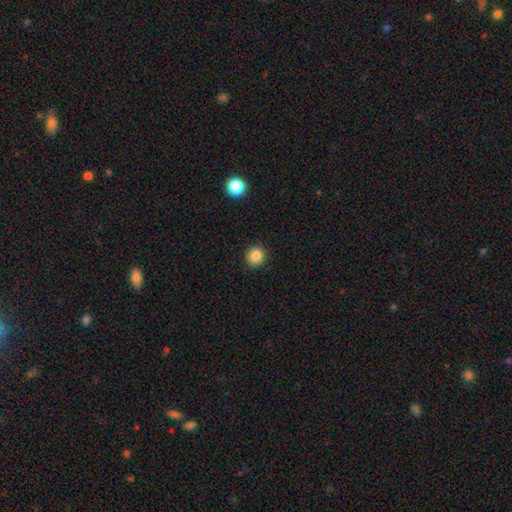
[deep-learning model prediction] This is clearly a smooth galaxy (85%). How rounded: clearly round (91%). Merging: clearly none (91%).